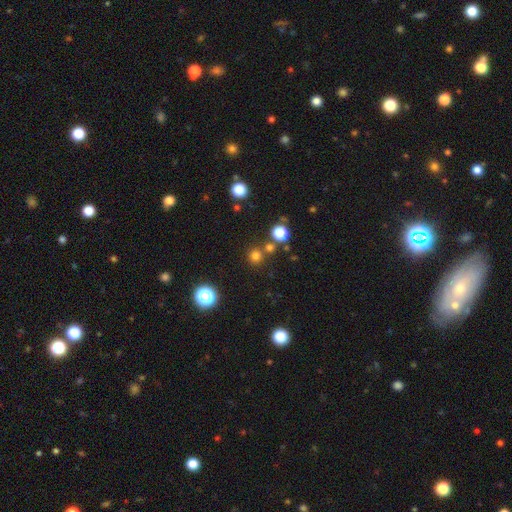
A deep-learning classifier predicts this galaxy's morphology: Smooth or featured? Predicted: smooth (p=0.73). How rounded? Predicted: round (p=0.93). Merging? Predicted: none (p=0.77).